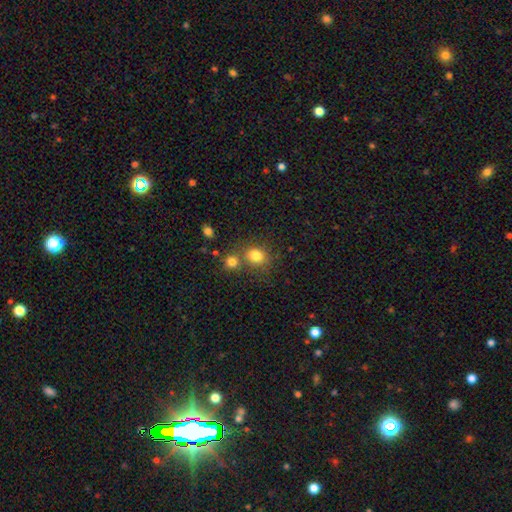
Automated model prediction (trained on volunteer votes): A smooth galaxy with no disk features (80%) that is round (71%). Merging: none (58%).